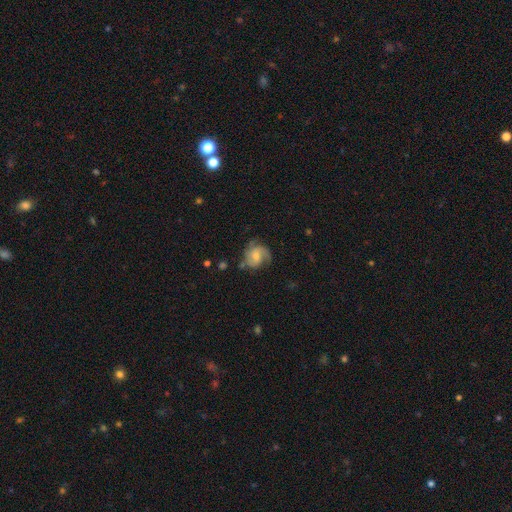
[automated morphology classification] Overall: featured or disk (64%; smooth 28%). Edge-on disk: no (98%). Bar: no (63%; weak 31%). Spiral arms: yes (89%). Spiral arm count: 2 (42%; 3 25%). Spiral winding: medium (46%; tight 28%). Bulge size: small (46%; moderate 43%). Merging: none (57%; minor disturbance 24%).